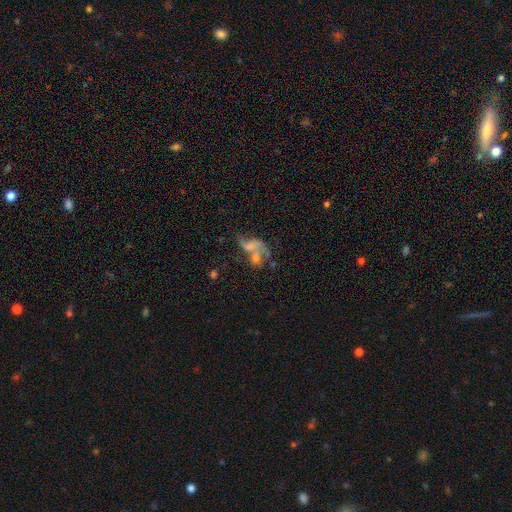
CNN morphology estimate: Smooth or featured? featured or disk (54%)
Edge-on disk? no (97%)
Bar? no (73%)
Spiral arms? yes (51%)
Bulge size? none (42%)
Merging? merger (43%)